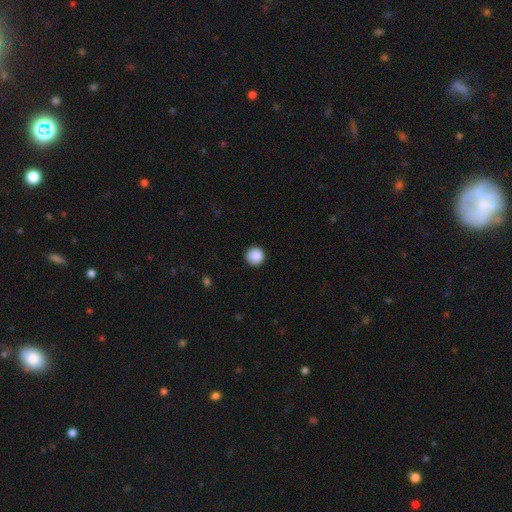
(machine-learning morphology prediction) A smooth galaxy with no disk features (89%) that is round (96%). Merging: none (91%).